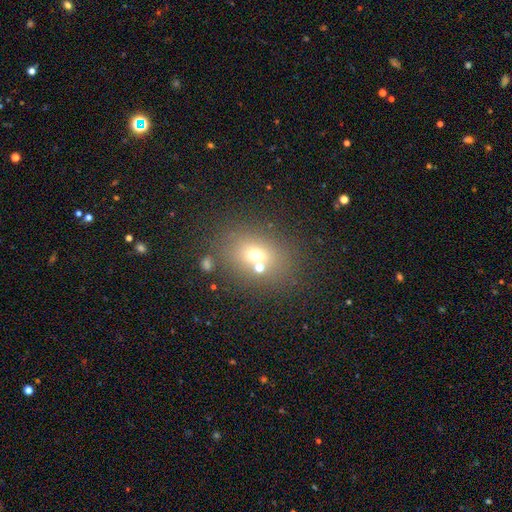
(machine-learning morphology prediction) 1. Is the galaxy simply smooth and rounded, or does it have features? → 64% smooth, 18% star or artifact, 18% featured or disk.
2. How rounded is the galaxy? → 51% in between, 48% round, 1% cigar-shaped.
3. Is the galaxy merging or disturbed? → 63% none, 19% merger, 12% minor disturbance, 6% major disturbance.